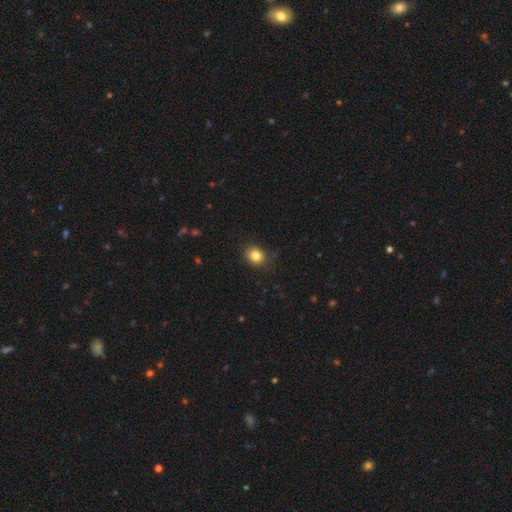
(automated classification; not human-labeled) Smooth or featured? smooth (84%)
How rounded? round (68%)
Merging? none (85%)